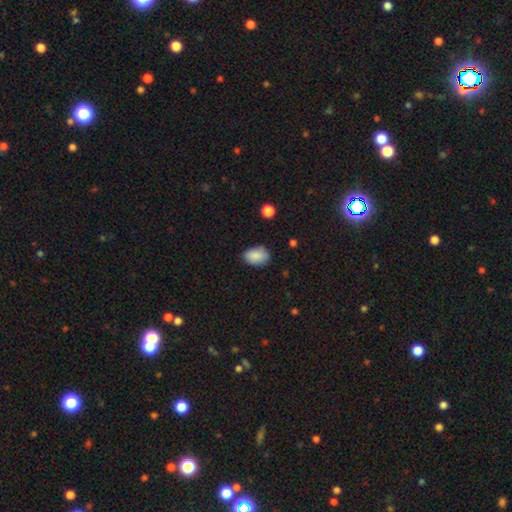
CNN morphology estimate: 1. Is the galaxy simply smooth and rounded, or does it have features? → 87% smooth, 8% star or artifact, 5% featured or disk.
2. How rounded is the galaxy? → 83% in between, 16% round, 1% cigar-shaped.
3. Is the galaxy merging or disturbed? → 74% none, 20% minor disturbance, 4% major disturbance, 2% merger.